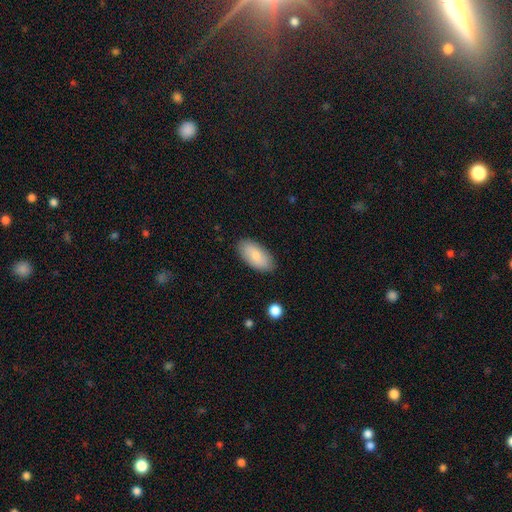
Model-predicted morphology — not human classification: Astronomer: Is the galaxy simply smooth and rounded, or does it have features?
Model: smooth — 80%.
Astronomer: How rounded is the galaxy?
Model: in between — 93%.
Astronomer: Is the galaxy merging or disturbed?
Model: none — 86%.